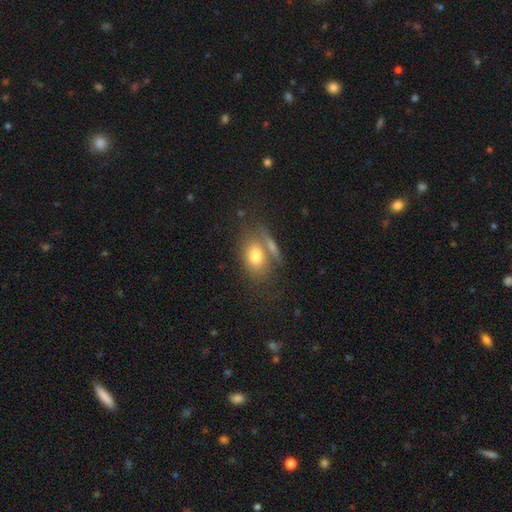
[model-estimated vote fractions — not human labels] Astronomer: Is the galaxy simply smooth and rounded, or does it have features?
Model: smooth — 73%.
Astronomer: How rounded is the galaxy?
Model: in between — 76%.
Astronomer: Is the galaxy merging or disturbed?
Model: none — 49% (runner-up: merger, 30%).